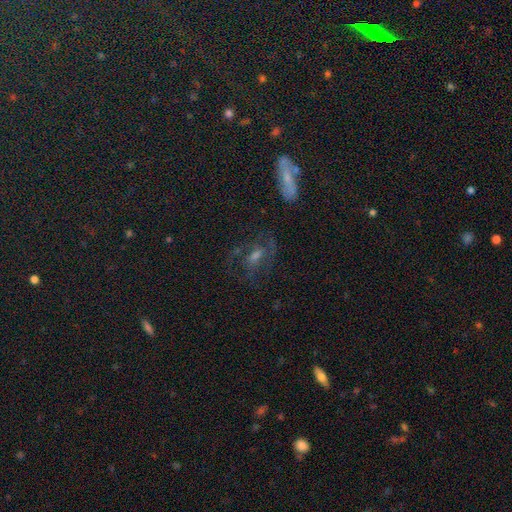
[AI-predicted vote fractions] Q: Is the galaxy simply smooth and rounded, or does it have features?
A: featured or disk — 59%.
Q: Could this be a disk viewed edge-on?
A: no — 92%.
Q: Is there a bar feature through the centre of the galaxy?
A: weak — 44%.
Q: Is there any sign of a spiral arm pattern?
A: yes — 82%.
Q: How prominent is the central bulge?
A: moderate — 44%.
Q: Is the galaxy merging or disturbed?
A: none — 65%.